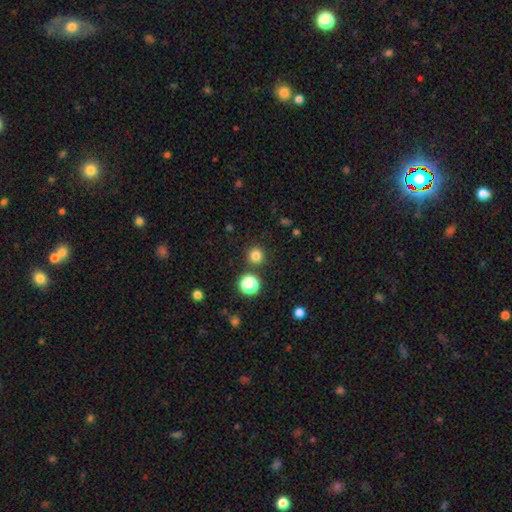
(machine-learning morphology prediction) Smooth or featured? Predicted: smooth (p=0.79). How rounded? Predicted: round (p=0.95). Merging? Predicted: none (p=0.88).